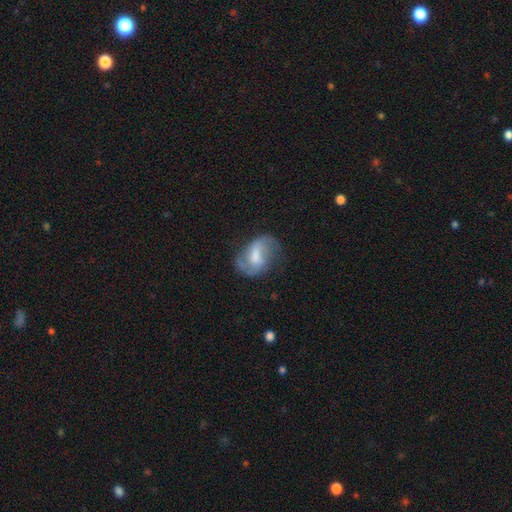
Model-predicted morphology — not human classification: smooth-or-featured: featured or disk: 72% | smooth: 21% | star or artifact: 7%
  disk-edge-on: no: 97% | yes: 3%
    bar: weak: 54% | no: 24% | strong: 22%
    has-spiral-arms: yes: 90% | no: 10%
      spiral-winding: loose: 45% | medium: 42% | tight: 12%
      spiral-arm-count: 2: 84% | can't tell: 7% | 1: 6% | 3: 2% | 4: 1% | more than 4: 1%
    bulge-size: moderate: 41% | small: 24% | none: 18% | large: 15% | dominant: 2%
  merging: none: 58% | minor disturbance: 23% | major disturbance: 16% | merger: 2%